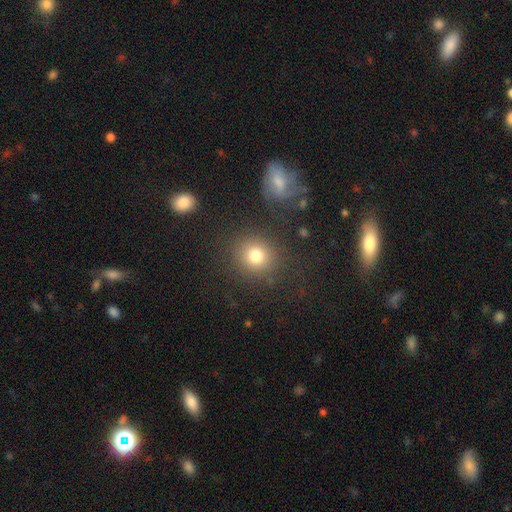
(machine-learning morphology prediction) Smooth or featured: smooth — 78% (star or artifact — 13%)
How rounded: round — 84% (in between — 15%)
Merging: none — 82% (minor disturbance — 9%)